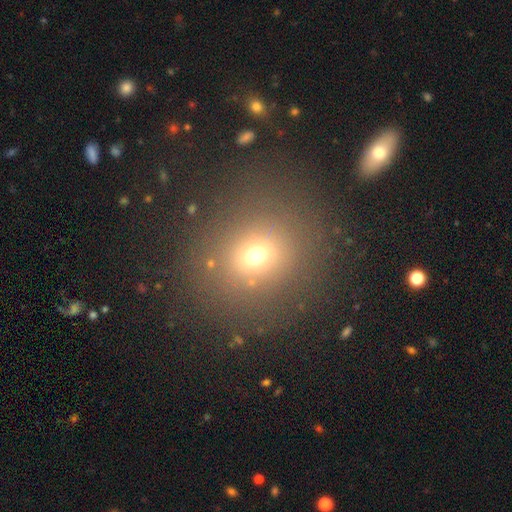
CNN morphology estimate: A smooth galaxy with no disk features (67%) that is round (75%).

Vote fractions:
- Smooth or featured? smooth: 67% / star or artifact: 22% / featured or disk: 11%
- How rounded? round: 75% / in between: 24% / cigar-shaped: 1%
- Merging? none: 82% / minor disturbance: 10% / major disturbance: 6% / merger: 3%